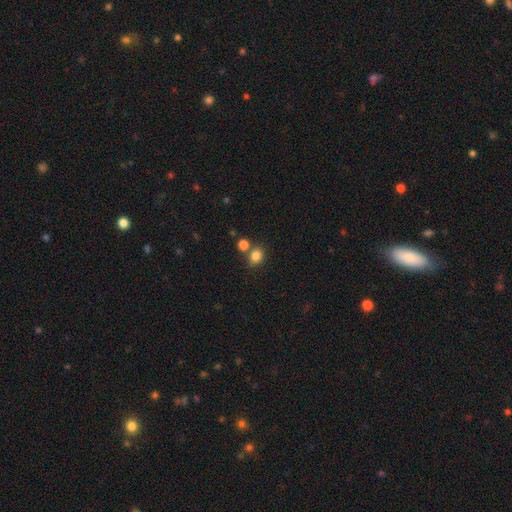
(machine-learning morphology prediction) smooth-or-featured: smooth: 83% | star or artifact: 12% | featured or disk: 5%
  how-rounded: round: 63% | in between: 36% | cigar-shaped: 1%
  merging: none: 67% | merger: 20% | minor disturbance: 10% | major disturbance: 3%